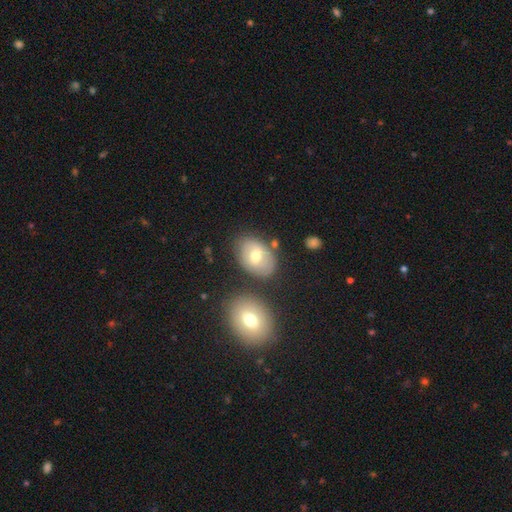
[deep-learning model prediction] smooth 58%, featured or disk 35%, star or artifact 7%. Down the decision tree: how rounded — in between (79%); merging — none (72%).